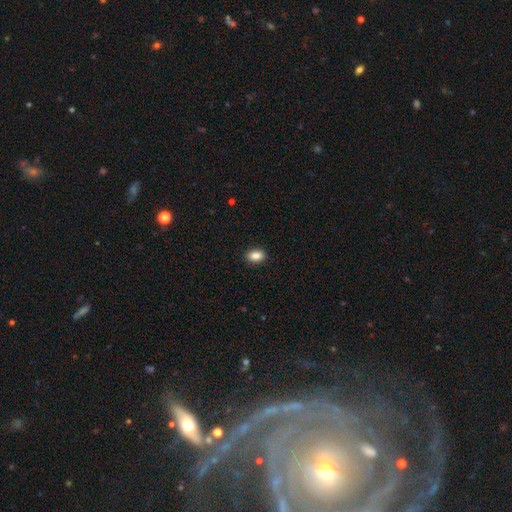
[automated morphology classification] Overall: smooth (88%). How rounded: in between (85%). Merging: none (89%).